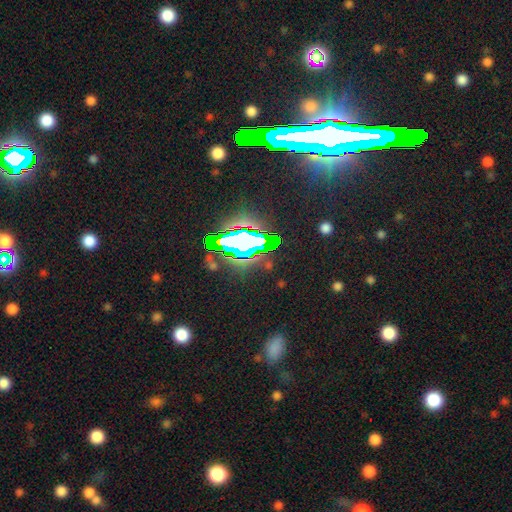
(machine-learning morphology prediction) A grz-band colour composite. It shows a star or artifact, not a galaxy (77%).